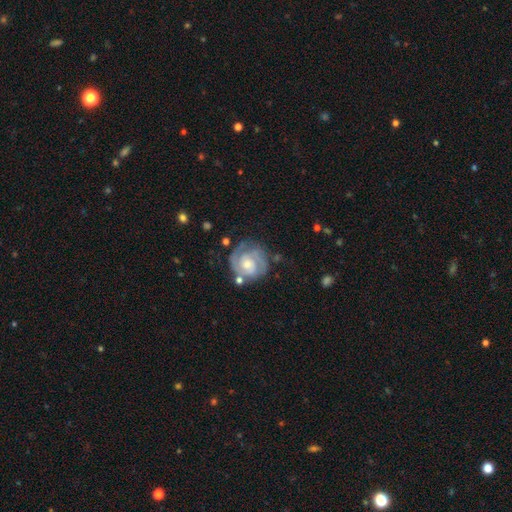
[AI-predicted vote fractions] featured or disk 76%, smooth 15%, star or artifact 9%. Down the decision tree: edge-on disk — no (98%); bar — no (60%); spiral arms — yes (91%); spiral arm count — 2 (40%); spiral winding — tight (69%); bulge size — moderate (60%); merging — none (71%).